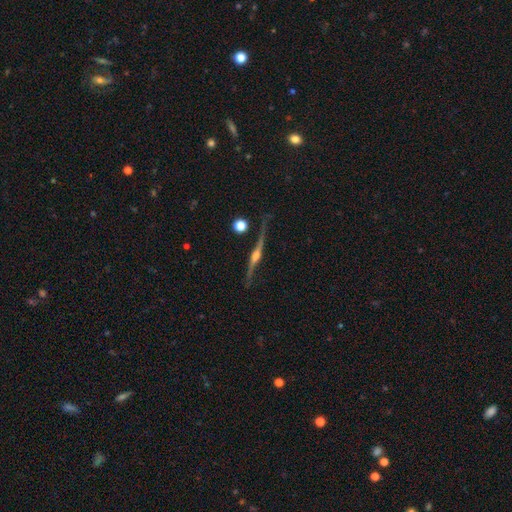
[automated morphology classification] This is clearly a featured or disk galaxy (86%). It is clearly viewed edge-on (93%). Edge-on bulge: clearly rounded (90%). Merging: likely none (75%).